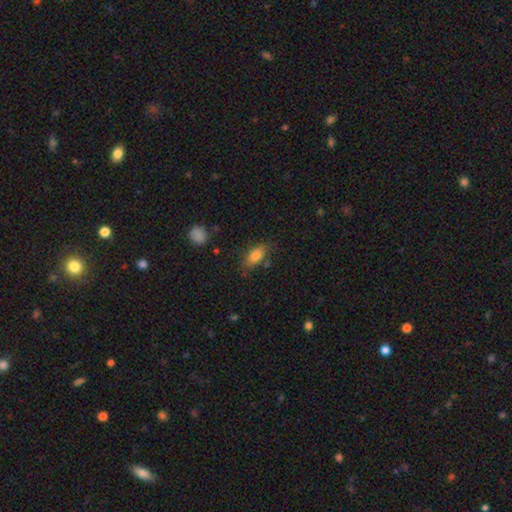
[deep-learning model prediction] Q: Smooth or featured?
A: smooth (80%); runner-up: featured or disk (11%)
Q: How rounded?
A: in between (85%); runner-up: cigar-shaped (9%)
Q: Merging?
A: none (72%); runner-up: minor disturbance (18%)